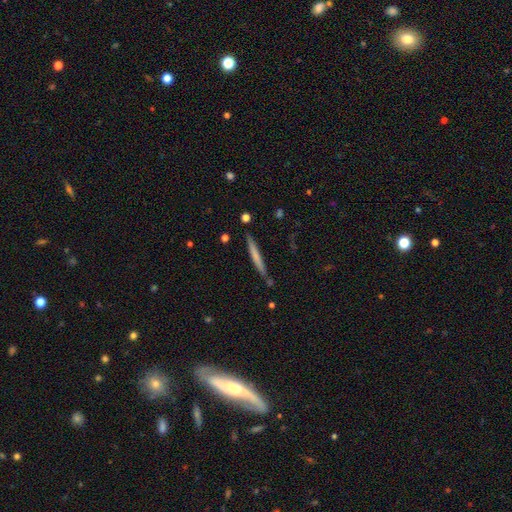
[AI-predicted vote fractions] A smooth galaxy with no disk features (60%) that is cigar-shaped (96%). Merging: none (83%).